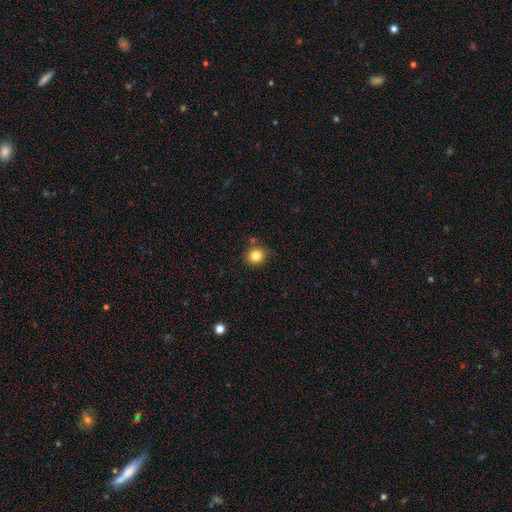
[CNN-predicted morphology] This appears to be a smooth galaxy with no disk features (83%) that is round (89%). Merging: none (81%).